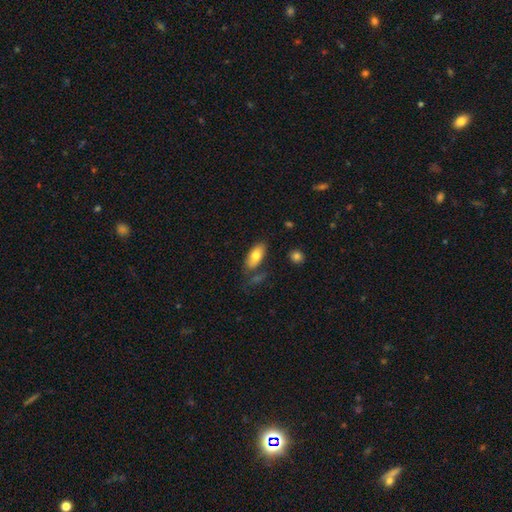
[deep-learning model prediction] Smooth or featured?
  - smooth: 76% *
  - featured or disk: 18%
  - star or artifact: 7%
How rounded?
  - in between: 88% *
  - cigar-shaped: 9%
  - round: 3%
Merging?
  - none: 69% *
  - minor disturbance: 17%
  - merger: 8%
  - major disturbance: 5%